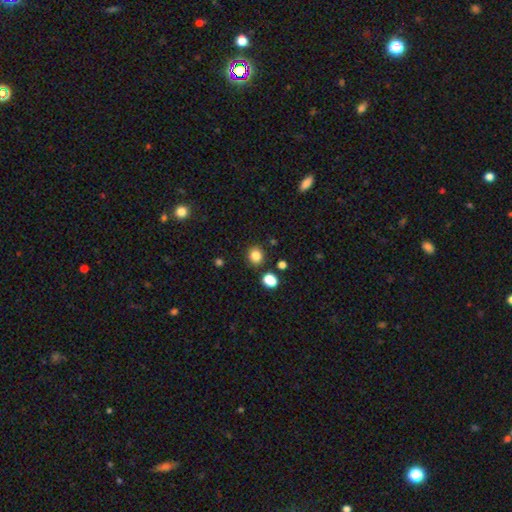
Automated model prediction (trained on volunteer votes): This is clearly a smooth galaxy (83%). How rounded: clearly round (82%). Merging: clearly none (86%).